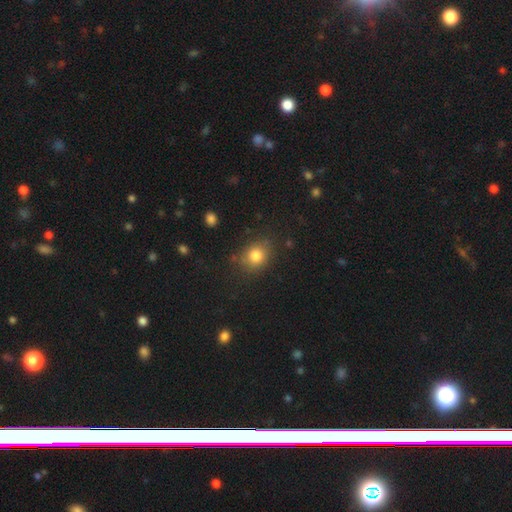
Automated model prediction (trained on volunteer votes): Morphology: type=smooth (80%); roundness=round (64%); merging=none (78%).